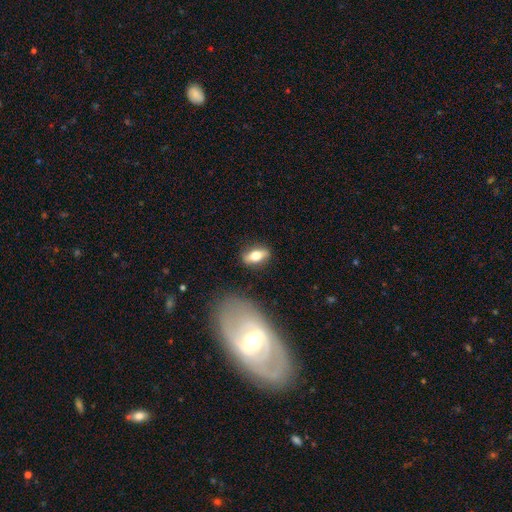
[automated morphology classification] Smooth or featured?
  - smooth: 62% *
  - featured or disk: 31%
  - star or artifact: 7%
How rounded?
  - in between: 76% *
  - cigar-shaped: 19%
  - round: 5%
Merging?
  - none: 84% *
  - minor disturbance: 11%
  - major disturbance: 3%
  - merger: 2%